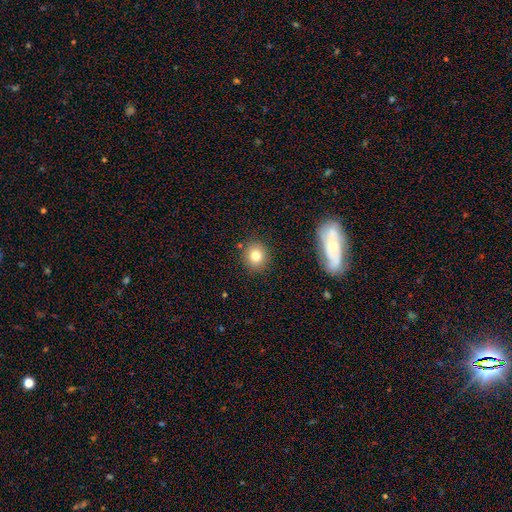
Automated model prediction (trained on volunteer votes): This appears to be a smooth galaxy with no disk features (80%) that is round (85%). Merging: none (87%).